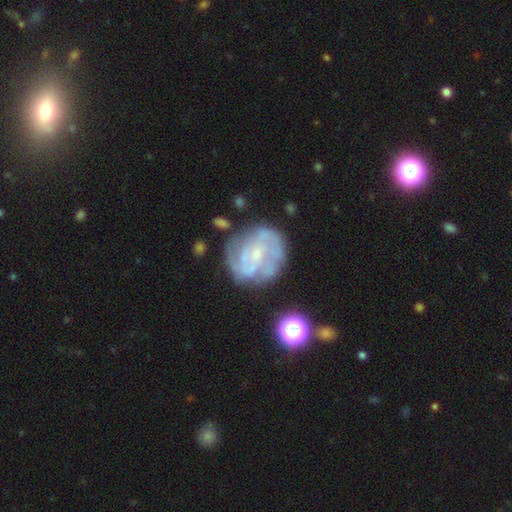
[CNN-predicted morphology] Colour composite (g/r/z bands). It shows a featured or disk galaxy (78%) with no bar (54%), tight (51%) spiral arms (86%) and a small central bulge (69%). Merging: none (66%).